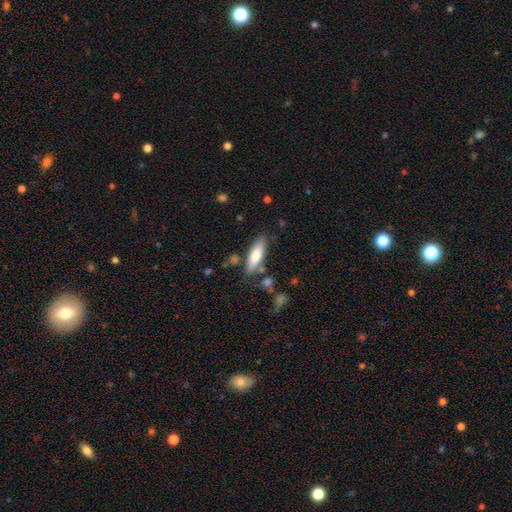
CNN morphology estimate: Smooth or featured?
  - smooth: 73% *
  - featured or disk: 20%
  - star or artifact: 6%
How rounded?
  - in between: 55% *
  - cigar-shaped: 43%
  - round: 2%
Merging?
  - none: 77% *
  - minor disturbance: 14%
  - merger: 6%
  - major disturbance: 4%